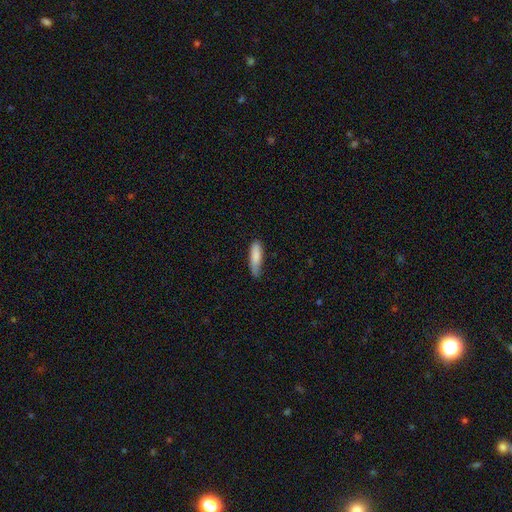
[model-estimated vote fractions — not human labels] Smooth or featured: smooth — 84% (featured or disk — 10%)
How rounded: cigar-shaped — 61% (in between — 37%)
Merging: none — 59% (minor disturbance — 34%)